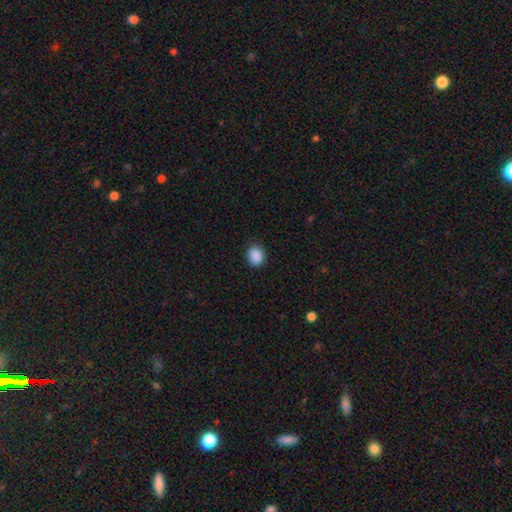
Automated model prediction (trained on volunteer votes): smooth 89%, star or artifact 9%, featured or disk 3%. Down the decision tree: how rounded — round (57%); merging — none (83%).